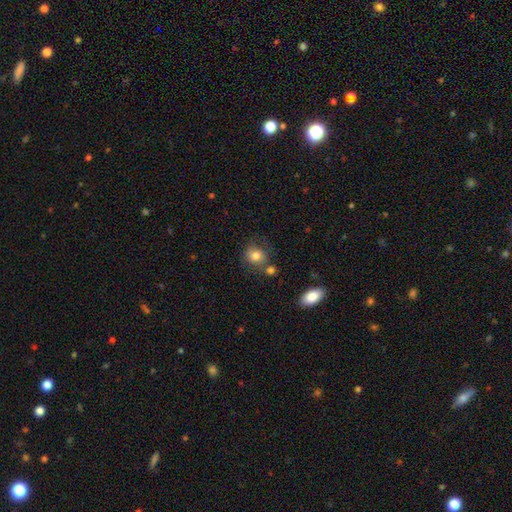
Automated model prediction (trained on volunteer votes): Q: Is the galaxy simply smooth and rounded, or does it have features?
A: smooth — 80%.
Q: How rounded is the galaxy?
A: round — 66%.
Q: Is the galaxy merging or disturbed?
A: none — 62%.